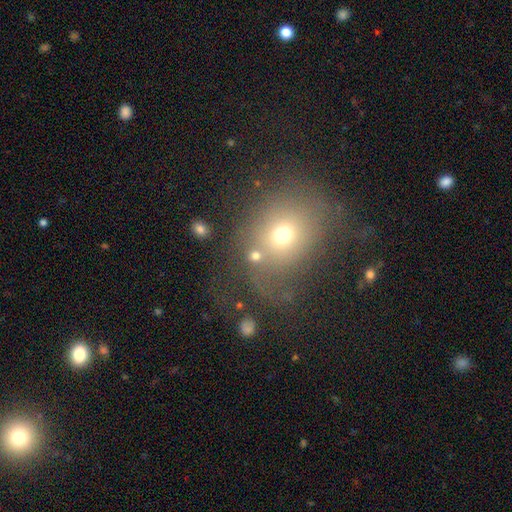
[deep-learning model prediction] Smooth or featured?
  - smooth: 65% *
  - star or artifact: 20%
  - featured or disk: 15%
How rounded?
  - round: 73% *
  - in between: 25%
  - cigar-shaped: 2%
Merging?
  - none: 55% *
  - merger: 19%
  - minor disturbance: 14%
  - major disturbance: 13%